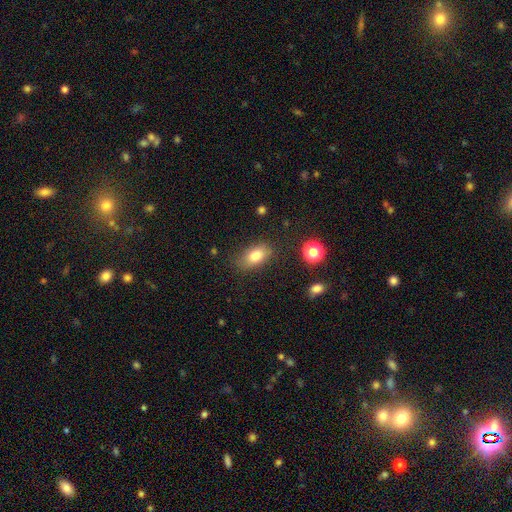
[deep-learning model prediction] smooth-or-featured: smooth: 79% | featured or disk: 11% | star or artifact: 9%
  how-rounded: in between: 86% | round: 10% | cigar-shaped: 4%
  merging: none: 80% | minor disturbance: 14% | major disturbance: 4% | merger: 2%